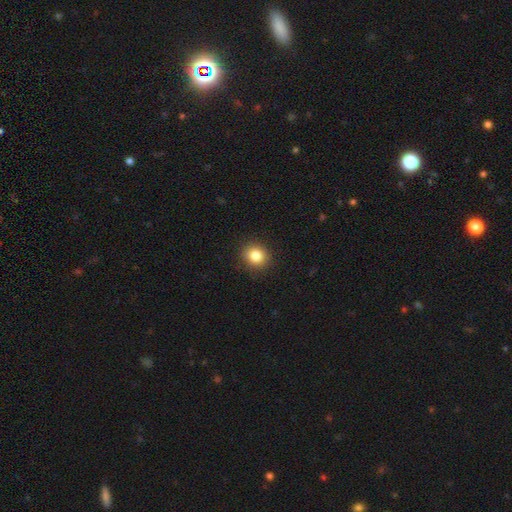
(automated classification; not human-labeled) Smooth or featured: smooth — 84% (star or artifact — 10%)
How rounded: round — 82% (in between — 17%)
Merging: none — 90% (minor disturbance — 7%)